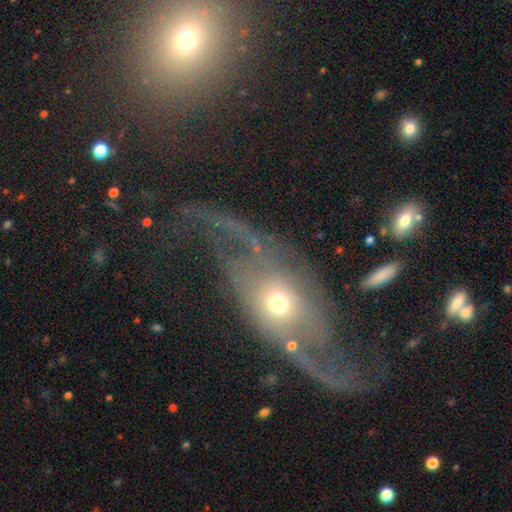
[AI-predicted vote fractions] smooth_or_featured: featured or disk (p=0.86) [alt: star or artifact p=0.07]
disk_edge_on: no (p=0.94) [alt: yes p=0.06]
bar: no (p=0.66) [alt: weak p=0.23]
has_spiral_arms: yes (p=0.95) [alt: no p=0.05]
spiral_winding: loose (p=0.71) [alt: medium p=0.22]
spiral_arm_count: 2 (p=0.92) [alt: can't tell p=0.02]
bulge_size: moderate (p=0.52) [alt: small p=0.39]
merging: none (p=0.59) [alt: major disturbance p=0.19]